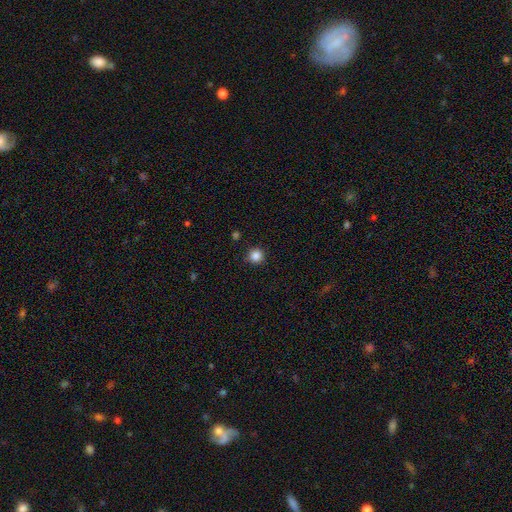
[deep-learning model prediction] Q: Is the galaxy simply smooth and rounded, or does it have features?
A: smooth — 85%.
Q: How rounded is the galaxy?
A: round — 94%.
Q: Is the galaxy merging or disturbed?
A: none — 89%.